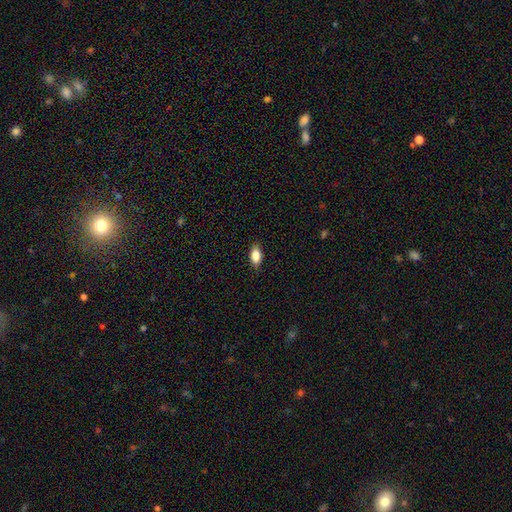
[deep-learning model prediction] Smooth or featured?
  - smooth: 82% *
  - featured or disk: 10%
  - star or artifact: 8%
How rounded?
  - in between: 88% *
  - cigar-shaped: 7%
  - round: 5%
Merging?
  - none: 87% *
  - minor disturbance: 10%
  - major disturbance: 2%
  - merger: 1%